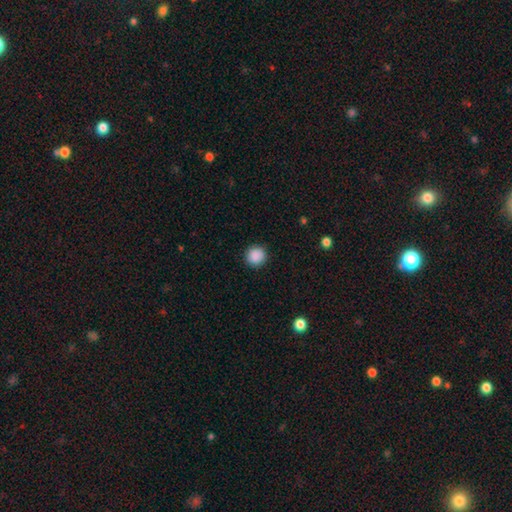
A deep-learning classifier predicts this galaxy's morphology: Smooth or featured?
  - smooth: 89% *
  - star or artifact: 9%
  - featured or disk: 2%
How rounded?
  - round: 94% *
  - in between: 5%
  - cigar-shaped: 1%
Merging?
  - none: 92% *
  - minor disturbance: 5%
  - major disturbance: 2%
  - merger: 1%